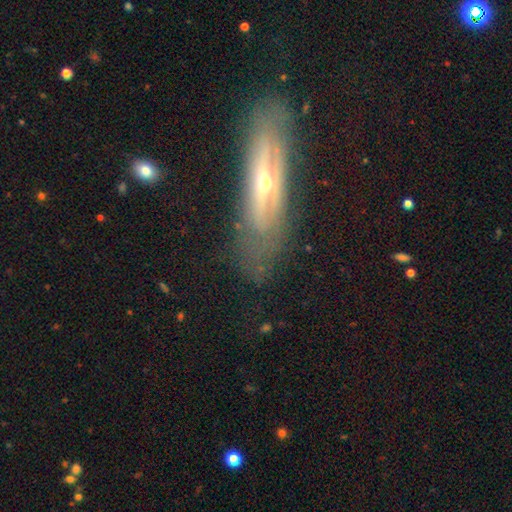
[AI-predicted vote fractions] Smooth or featured? featured or disk (72%)
Edge-on disk? yes (53%)
Merging? none (75%)